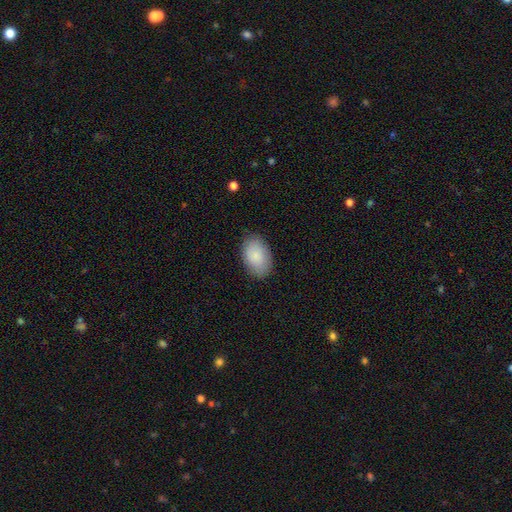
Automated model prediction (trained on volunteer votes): Smooth or featured?
  - smooth: 87% *
  - featured or disk: 7%
  - star or artifact: 6%
How rounded?
  - in between: 90% *
  - round: 9%
  - cigar-shaped: 1%
Merging?
  - none: 85% *
  - minor disturbance: 11%
  - major disturbance: 3%
  - merger: 1%